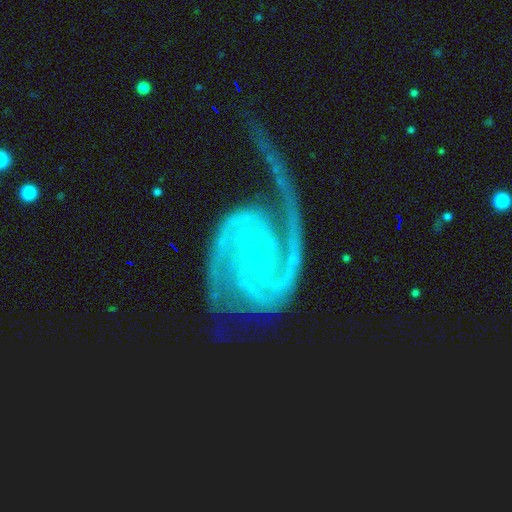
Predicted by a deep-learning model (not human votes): The model was most divided on "bar": weak: 35%, no: 33%, strong: 32%. Remaining: spiral arms — yes (98%); edge-on disk — no (98%); smooth or featured — featured or disk (91%); bulge size — small (88%); spiral arm count — 2 (56%); spiral winding — tight (50%); merging — none (46%).